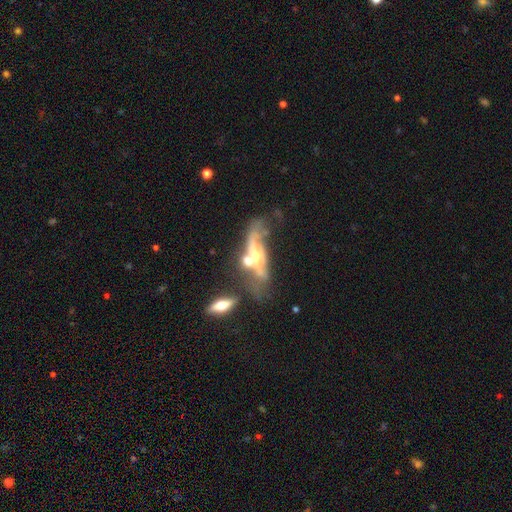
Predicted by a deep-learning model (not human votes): This appears to be a featured or disk galaxy (68%). Merging: merger (45%).